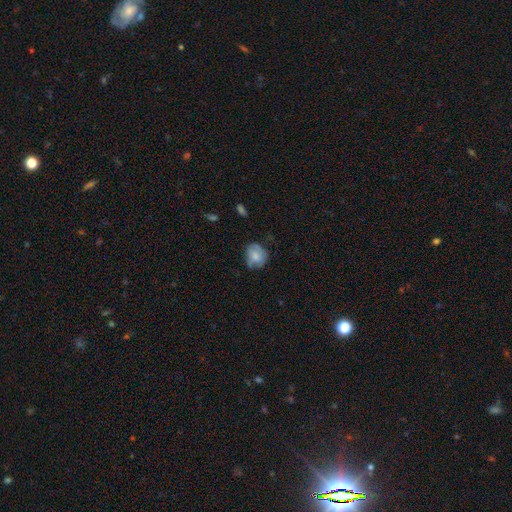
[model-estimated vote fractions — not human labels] A smooth galaxy with no disk features (64%) that is round (61%). Merging: none (52%).